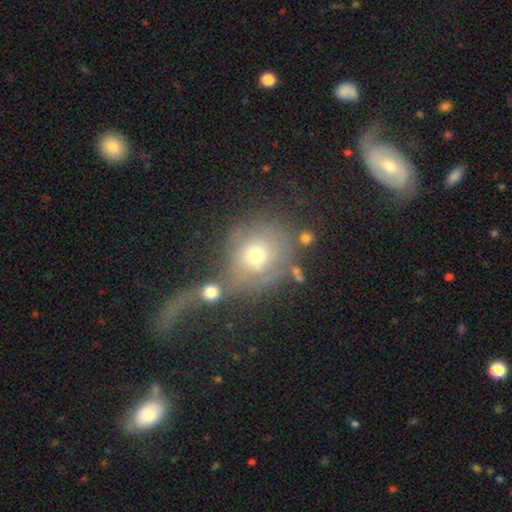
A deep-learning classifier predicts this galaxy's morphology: Smooth or featured: smooth — 59% (featured or disk — 27%)
How rounded: round — 77% (in between — 22%)
Merging: merger — 38% (none — 29%)